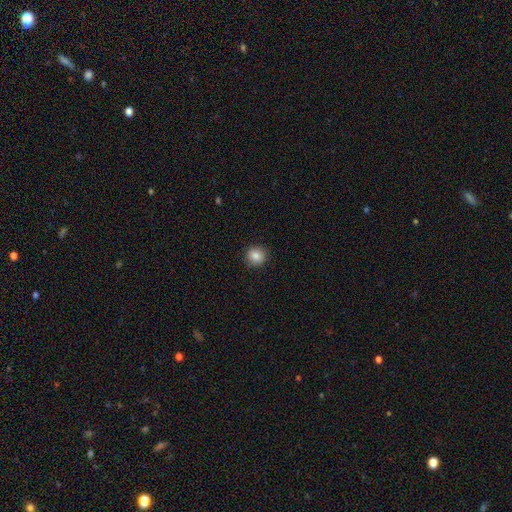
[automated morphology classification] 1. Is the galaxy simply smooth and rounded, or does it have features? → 85% smooth, 10% star or artifact, 5% featured or disk.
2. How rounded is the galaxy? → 91% round, 8% in between, 1% cigar-shaped.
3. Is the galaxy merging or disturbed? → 91% none, 6% minor disturbance, 2% major disturbance, 1% merger.